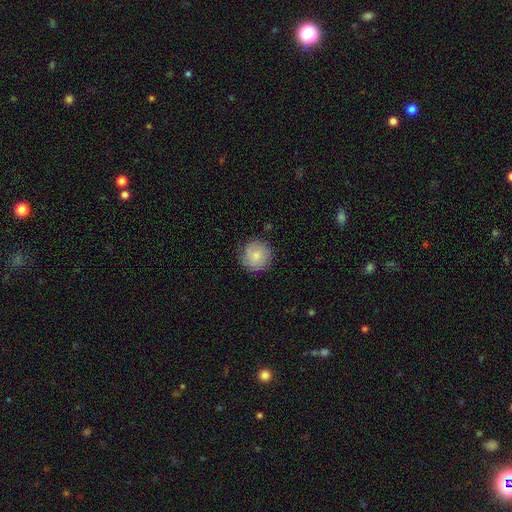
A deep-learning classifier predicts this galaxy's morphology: smooth 75%, featured or disk 17%, star or artifact 7%. Down the decision tree: how rounded — round (94%); merging — none (84%).